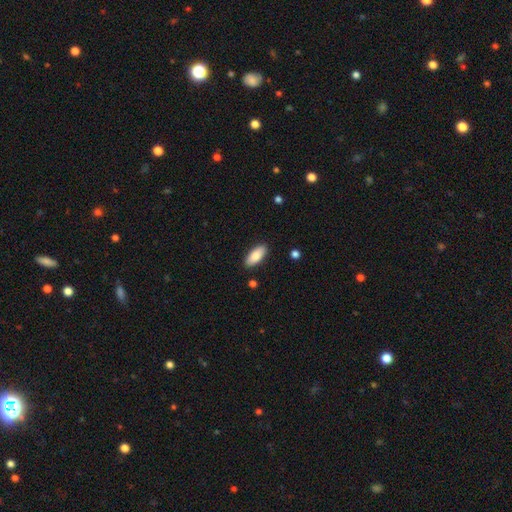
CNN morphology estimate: Smooth or featured? smooth (84%)
How rounded? in between (83%)
Merging? none (88%)